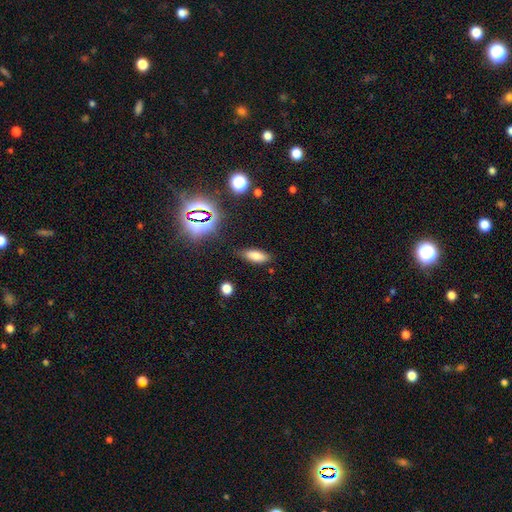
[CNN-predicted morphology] The model was most divided on "how rounded": in between: 73%, cigar-shaped: 23%, round: 4%. More confident: merging — none (82%); smooth or featured — smooth (76%).